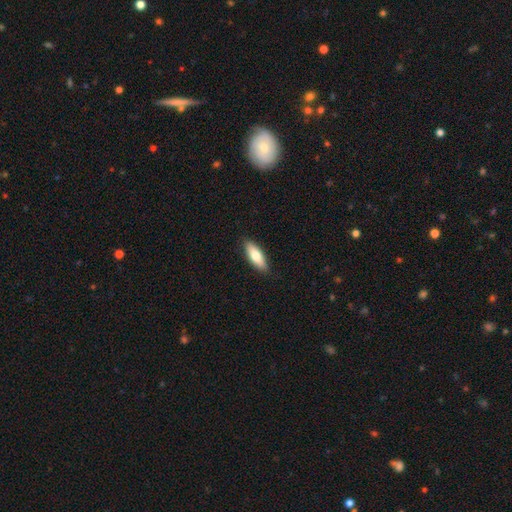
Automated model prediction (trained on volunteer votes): Smooth or featured: smooth — 72% (featured or disk — 22%)
How rounded: in between — 61% (cigar-shaped — 37%)
Merging: none — 89% (minor disturbance — 9%)